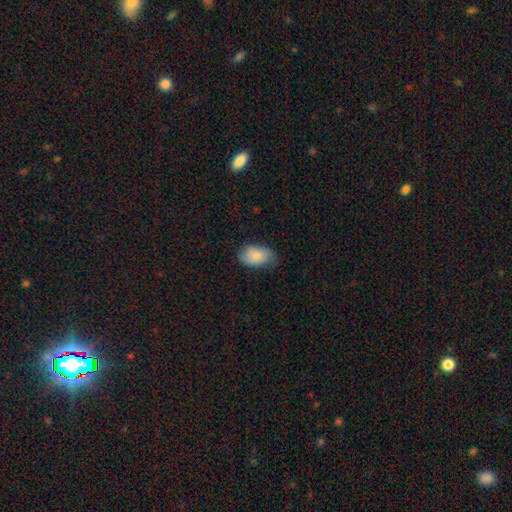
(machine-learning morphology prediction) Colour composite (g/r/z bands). It shows a smooth galaxy with no disk features (81%) that is in between round and cigar-shaped (89%). Merging: none (68%).